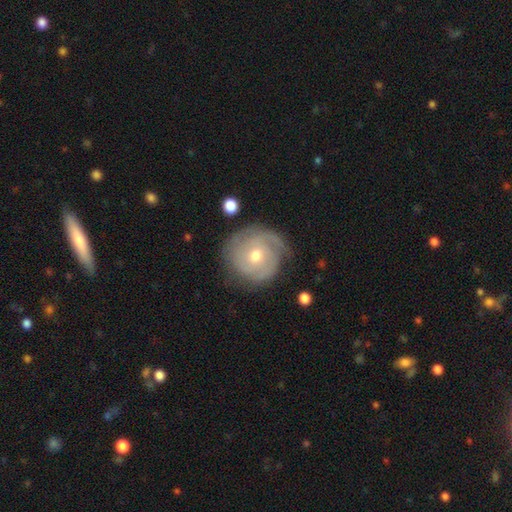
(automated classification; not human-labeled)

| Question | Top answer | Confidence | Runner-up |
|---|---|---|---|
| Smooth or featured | featured or disk | 73% | smooth (21%) |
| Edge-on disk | no | 97% | yes (3%) |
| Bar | no | 75% | weak (21%) |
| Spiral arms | yes | 88% | no (12%) |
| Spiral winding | tight | 69% | medium (23%) |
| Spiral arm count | can't tell | 35% | 2 (26%) |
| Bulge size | moderate | 63% | small (34%) |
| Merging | none | 72% | minor disturbance (19%) |